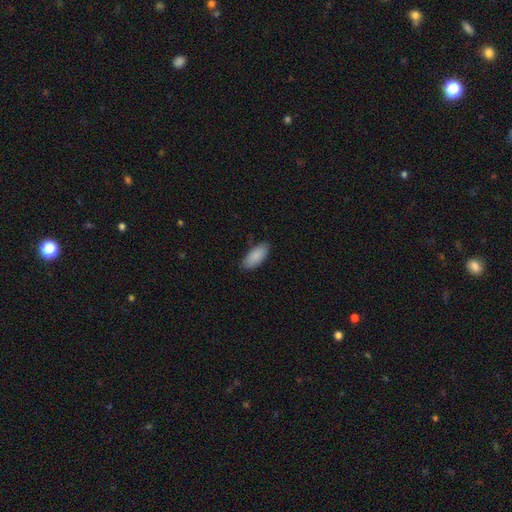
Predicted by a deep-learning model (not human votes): Smooth or featured? smooth (88%)
How rounded? in between (86%)
Merging? none (83%)